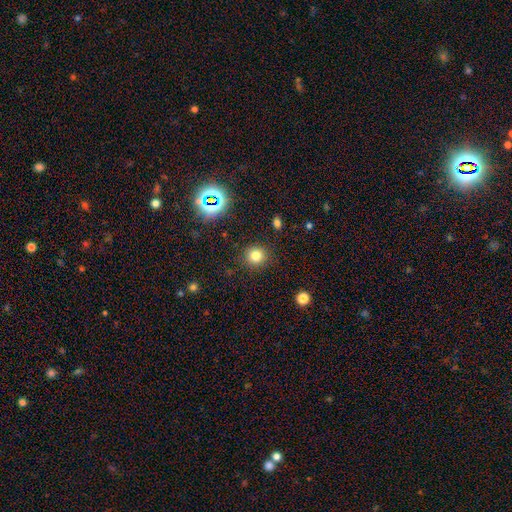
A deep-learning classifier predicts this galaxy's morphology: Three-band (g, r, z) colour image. It shows a smooth galaxy with no disk features (77%) that is round (92%). Merging: none (89%).